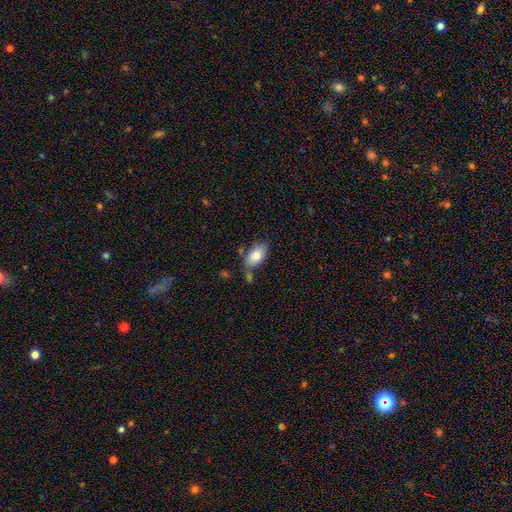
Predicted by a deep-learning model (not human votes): This is likely a smooth galaxy (78%). How rounded: clearly in between (92%). Merging: likely none (64%).